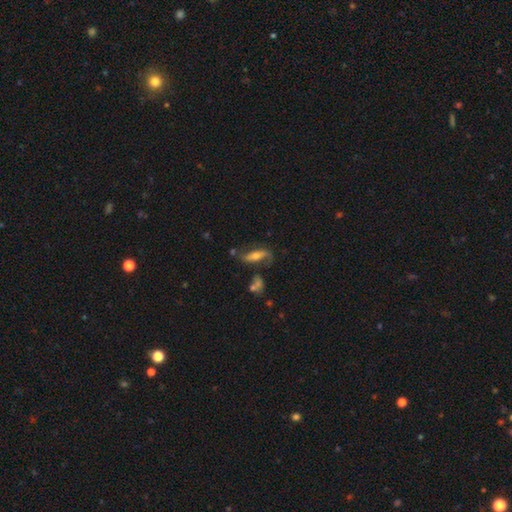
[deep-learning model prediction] A featured or disk galaxy (56%). Merging: none (54%).